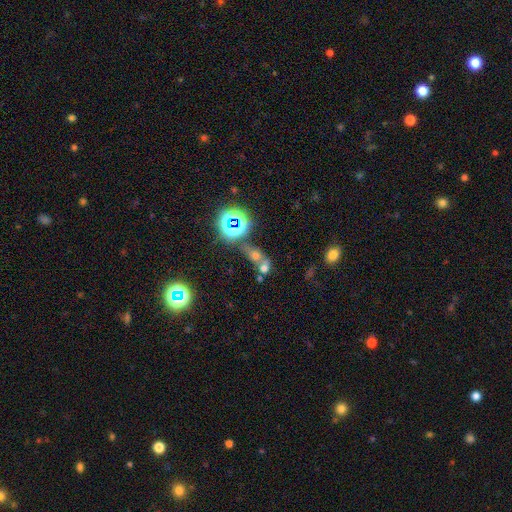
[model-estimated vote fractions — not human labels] Morphology: type=smooth (43%); merging=merger (50%).